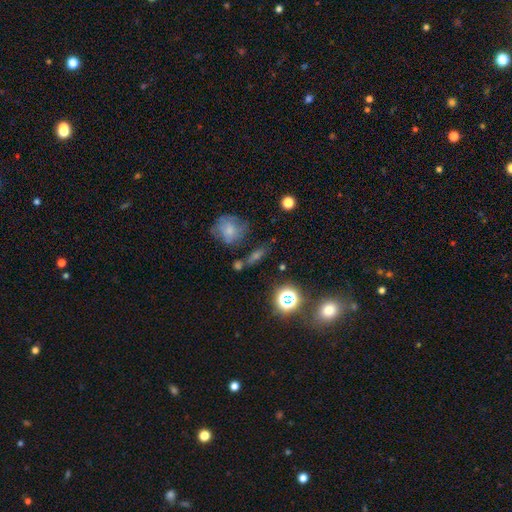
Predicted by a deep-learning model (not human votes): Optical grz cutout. It shows a smooth galaxy with no disk features (40%). Merging: none (67%).